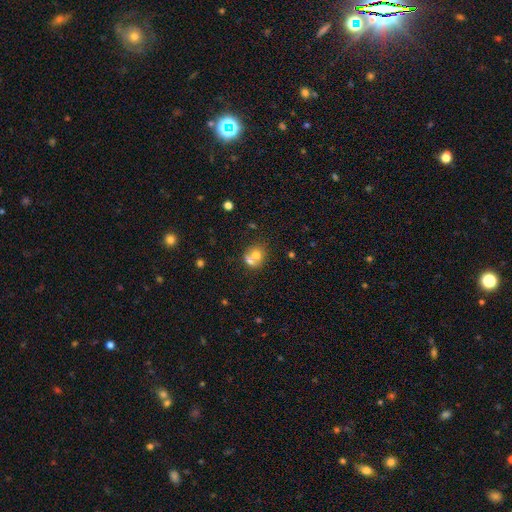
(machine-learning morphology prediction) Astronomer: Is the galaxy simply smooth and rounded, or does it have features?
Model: smooth — 67%.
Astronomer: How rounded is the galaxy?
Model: round — 71%.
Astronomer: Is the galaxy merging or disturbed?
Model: merger — 58%.